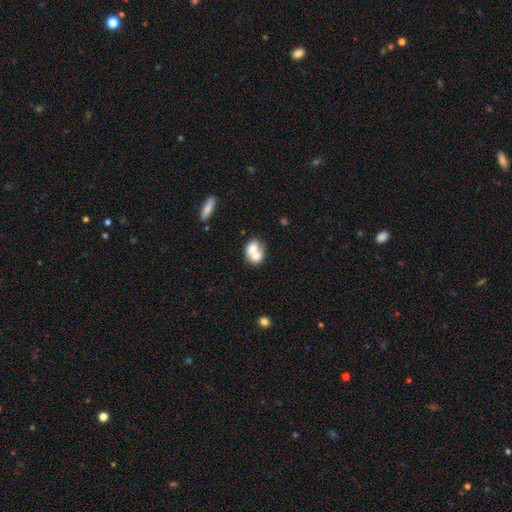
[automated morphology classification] The model was most divided on "how rounded": in between: 51%, round: 48%, cigar-shaped: 1%. More confident: merging — merger (70%); smooth or featured — smooth (67%).